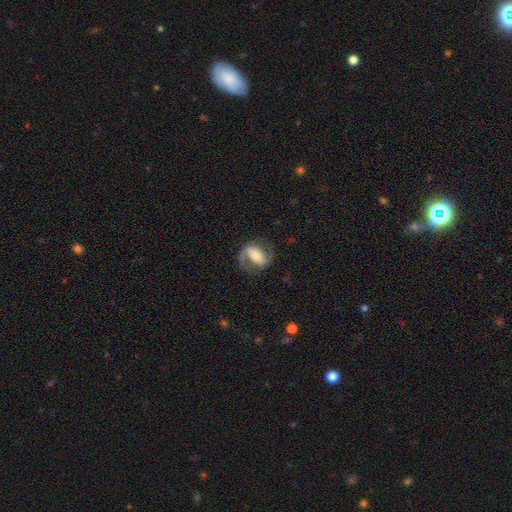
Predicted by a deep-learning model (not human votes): Morphology: type=featured or disk (77%); edge-on=no (96%); bar=strong (46%); spiral arms=yes (91%); winding=medium (48%); arm count=2 (86%); bulge=moderate (60%); merging=none (74%).